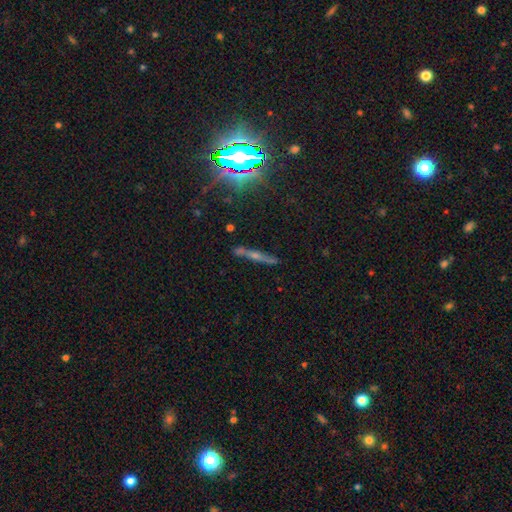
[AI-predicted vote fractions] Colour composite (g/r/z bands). It shows a featured or disk galaxy (56%) viewed edge-on (90%) with a rounded central bulge (76%). Merging: none (77%).